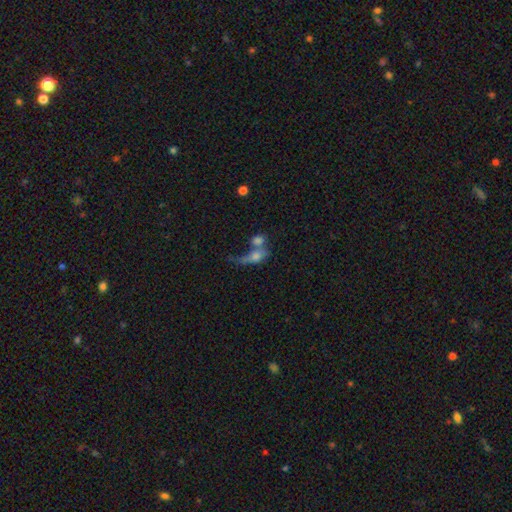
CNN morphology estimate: A smooth galaxy with no disk features (60%) that is in between round and cigar-shaped (61%).

Vote fractions:
- Smooth or featured? smooth: 60% / featured or disk: 28% / star or artifact: 12%
- How rounded? in between: 61% / round: 27% / cigar-shaped: 12%
- Merging? merger: 55% / major disturbance: 19% / none: 17% / minor disturbance: 10%